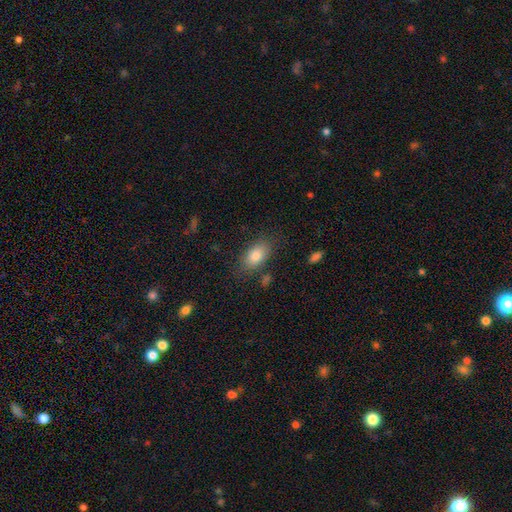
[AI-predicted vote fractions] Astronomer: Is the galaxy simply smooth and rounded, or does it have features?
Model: smooth — 82%.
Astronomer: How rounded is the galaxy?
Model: in between — 90%.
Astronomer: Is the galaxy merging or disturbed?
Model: none — 77%.